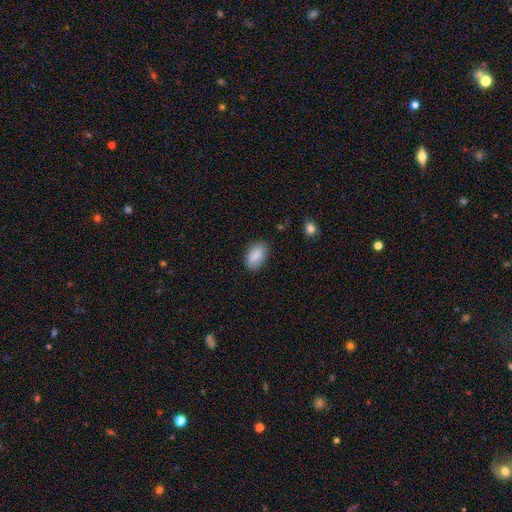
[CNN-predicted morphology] The model was most divided on "merging": none: 83%, minor disturbance: 13%, major disturbance: 3%, merger: 1%. More confident: how rounded — in between (92%); smooth or featured — smooth (87%).